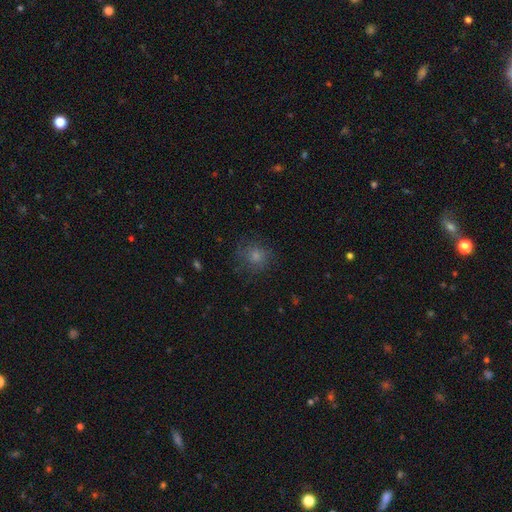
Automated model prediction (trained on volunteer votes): Smooth or featured? smooth (57%)
How rounded? round (88%)
Merging? none (80%)